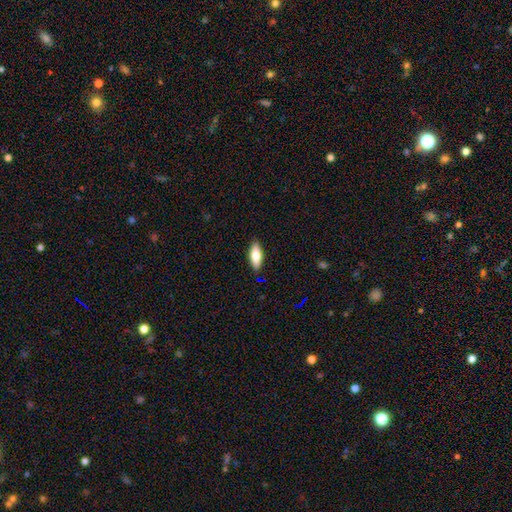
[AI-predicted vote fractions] Smooth or featured: smooth — 71% (featured or disk — 23%)
How rounded: in between — 73% (cigar-shaped — 25%)
Merging: none — 88% (minor disturbance — 9%)